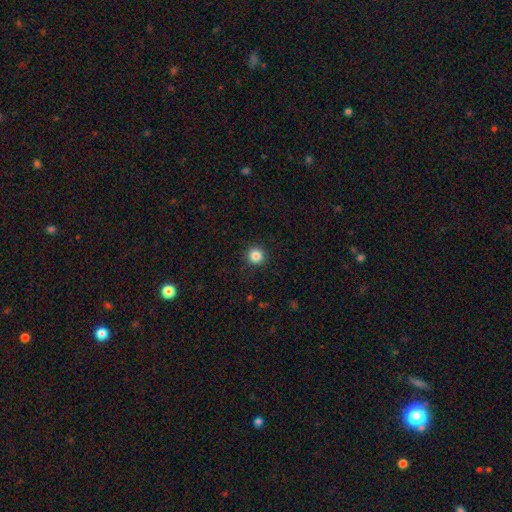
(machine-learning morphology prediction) This appears to be a smooth galaxy with no disk features (85%) that is round (95%). Merging: none (92%).